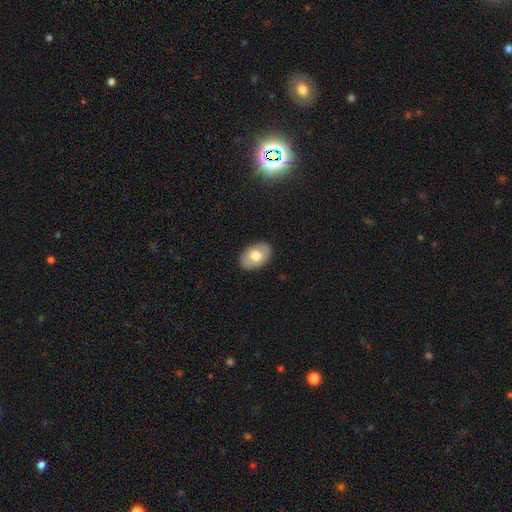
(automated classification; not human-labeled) Q: Smooth or featured?
A: smooth (67%); runner-up: featured or disk (26%)
Q: How rounded?
A: in between (86%); runner-up: round (13%)
Q: Merging?
A: none (86%); runner-up: minor disturbance (10%)